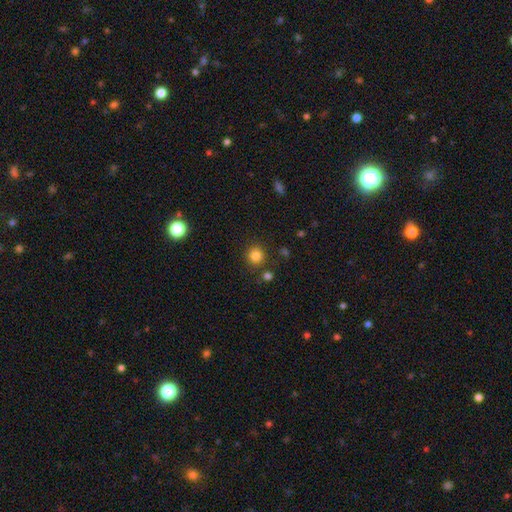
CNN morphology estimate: smooth-or-featured: smooth: 83% | star or artifact: 13% | featured or disk: 4%
  how-rounded: round: 93% | in between: 7% | cigar-shaped: 1%
  merging: none: 86% | minor disturbance: 7% | merger: 5% | major disturbance: 3%